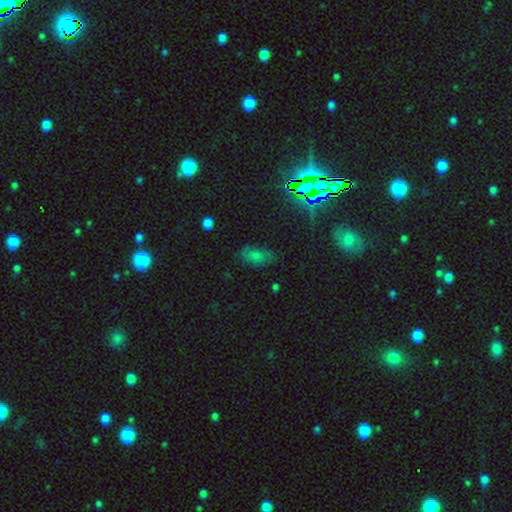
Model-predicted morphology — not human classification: Q: Smooth or featured?
A: smooth (62%); runner-up: star or artifact (21%)
Q: How rounded?
A: in between (89%); runner-up: round (7%)
Q: Merging?
A: none (63%); runner-up: minor disturbance (24%)